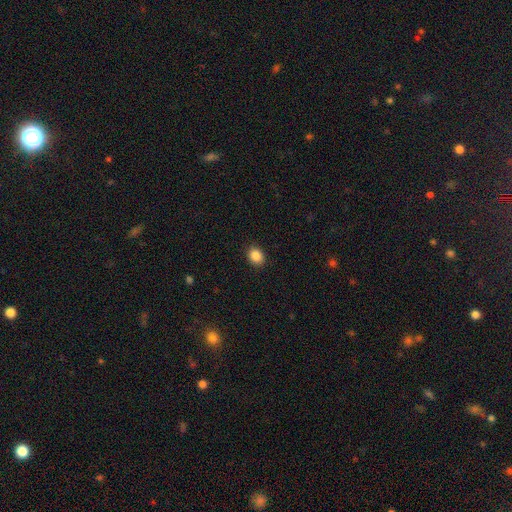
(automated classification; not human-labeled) Overall: smooth (87%). How rounded: in between (53%; round 46%). Merging: none (90%).